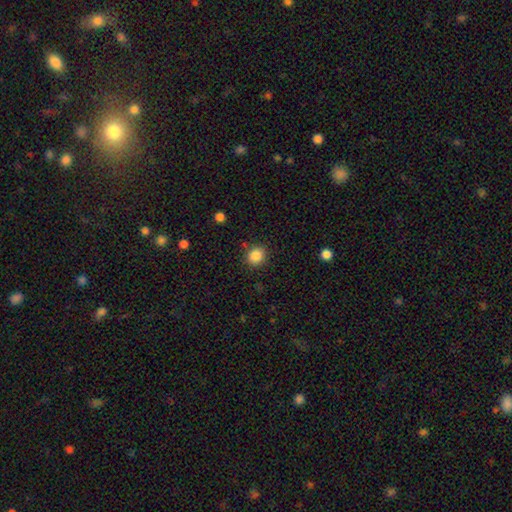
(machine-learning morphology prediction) Smooth or featured?
  - smooth: 86% *
  - star or artifact: 10%
  - featured or disk: 4%
How rounded?
  - round: 80% *
  - in between: 19%
  - cigar-shaped: 1%
Merging?
  - none: 86% *
  - minor disturbance: 9%
  - major disturbance: 3%
  - merger: 2%